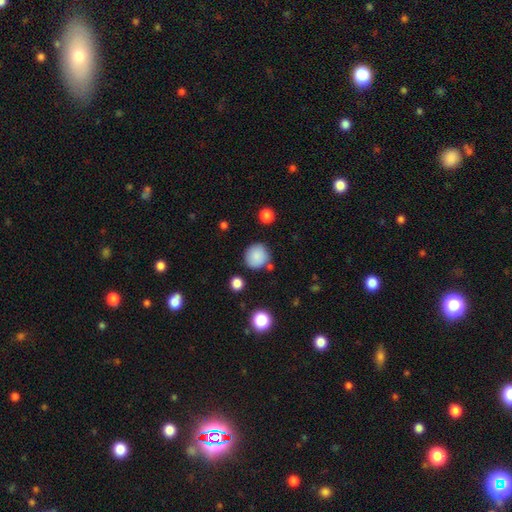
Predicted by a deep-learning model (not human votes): smooth 86%, star or artifact 9%, featured or disk 5%. Down the decision tree: how rounded — round (91%); merging — none (79%).